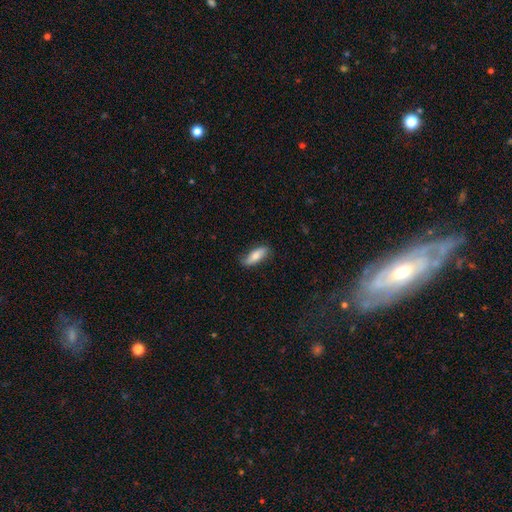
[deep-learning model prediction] This appears to be a smooth galaxy with no disk features (73%) that is in between round and cigar-shaped (63%). Merging: none (78%).